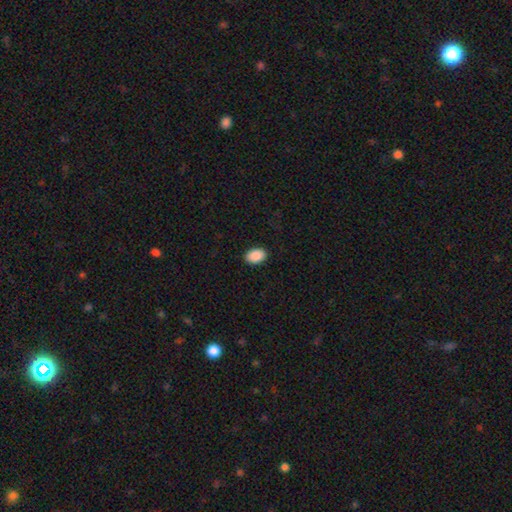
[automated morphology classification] A smooth galaxy with no disk features (91%) that is in between round and cigar-shaped (86%). Merging: none (90%).